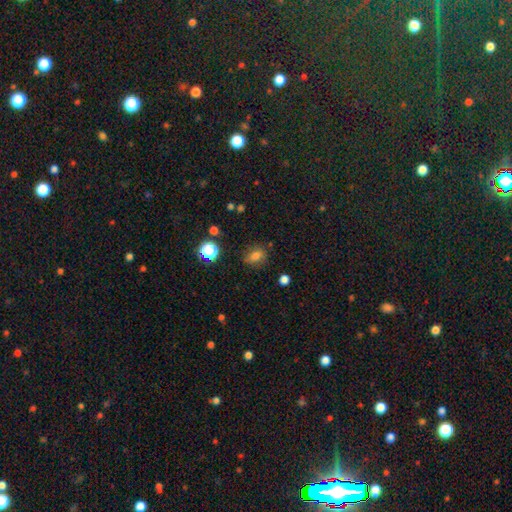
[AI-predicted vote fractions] Smooth or featured: smooth — 75% (star or artifact — 16%)
How rounded: in between — 58% (round — 40%)
Merging: none — 76% (minor disturbance — 17%)